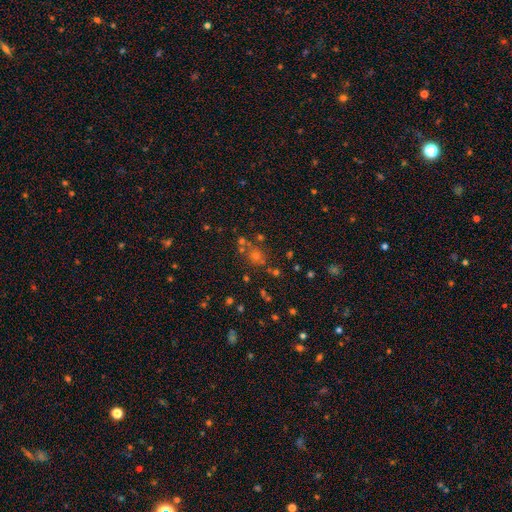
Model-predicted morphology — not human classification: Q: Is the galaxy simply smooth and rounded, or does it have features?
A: smooth — 47%.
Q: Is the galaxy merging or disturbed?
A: none — 68%.